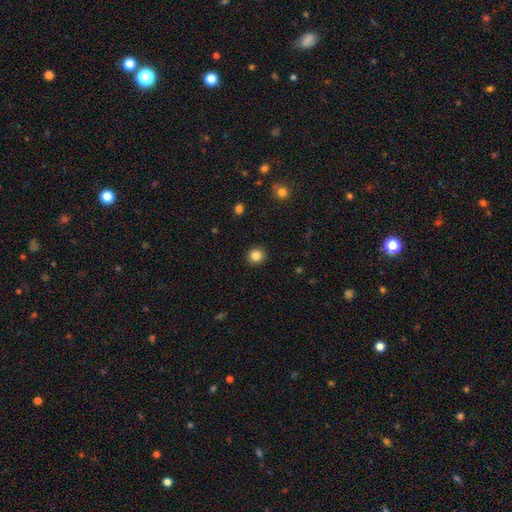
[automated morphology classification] smooth-or-featured: smooth: 84% | star or artifact: 11% | featured or disk: 5%
  how-rounded: round: 91% | in between: 8% | cigar-shaped: 1%
  merging: none: 92% | minor disturbance: 5% | major disturbance: 2% | merger: 1%